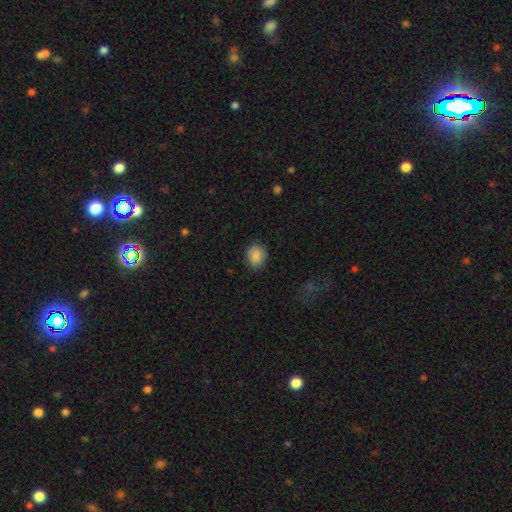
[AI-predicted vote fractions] smooth 88%, star or artifact 8%, featured or disk 4%. Down the decision tree: how rounded — round (57%); merging — none (83%).